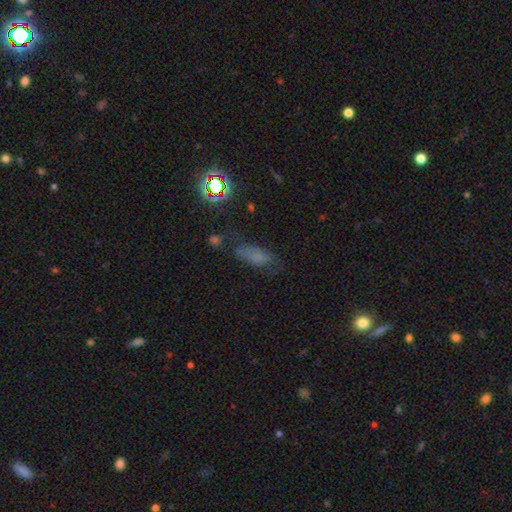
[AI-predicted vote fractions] Smooth or featured?
  - smooth: 58% *
  - star or artifact: 26%
  - featured or disk: 17%
How rounded?
  - in between: 67% *
  - cigar-shaped: 27%
  - round: 7%
Merging?
  - none: 54% *
  - minor disturbance: 26%
  - major disturbance: 14%
  - merger: 6%